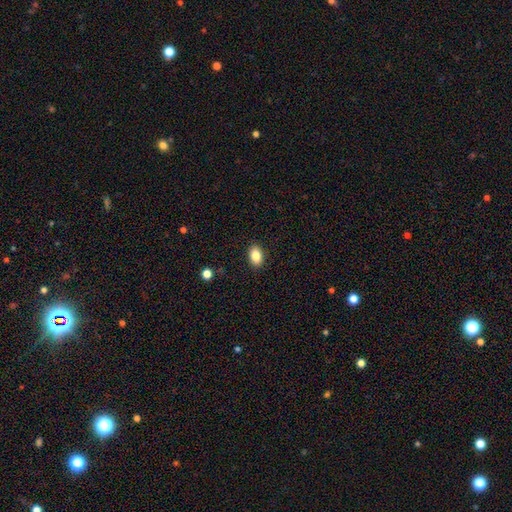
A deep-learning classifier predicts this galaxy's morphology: This is clearly a smooth galaxy (85%). How rounded: clearly in between (87%). Merging: clearly none (90%).